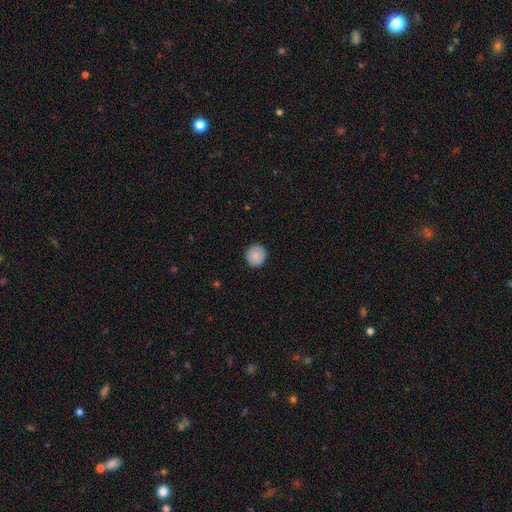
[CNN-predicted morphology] A smooth galaxy with no disk features (86%) that is round (93%). Merging: none (91%).